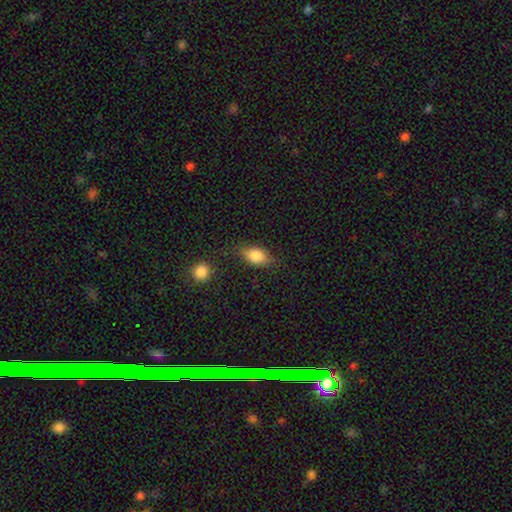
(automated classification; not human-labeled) A smooth galaxy with no disk features (81%) that is in between round and cigar-shaped (82%). Merging: none (73%).